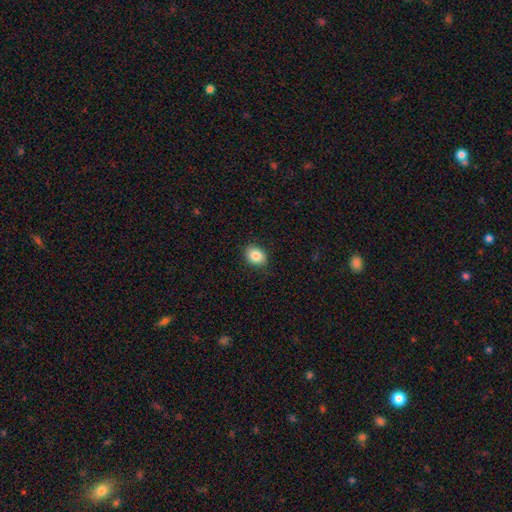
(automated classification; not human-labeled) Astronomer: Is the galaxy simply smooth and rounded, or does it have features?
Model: smooth — 86%.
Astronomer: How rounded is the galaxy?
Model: in between — 61% (runner-up: round, 38%).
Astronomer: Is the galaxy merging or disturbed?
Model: none — 85%.